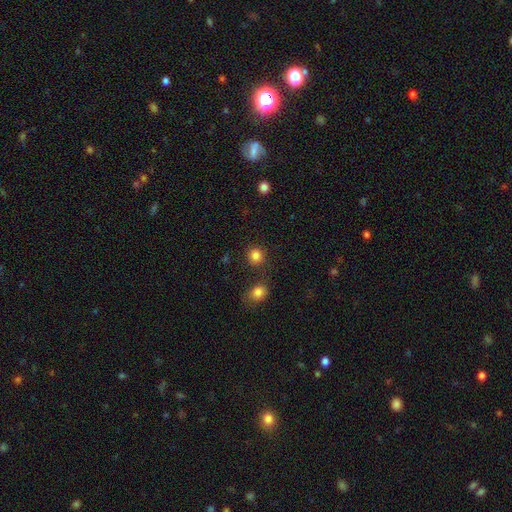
This appears to be a smooth galaxy with no disk features (92%) that is round (97%). Merging: none (83%).